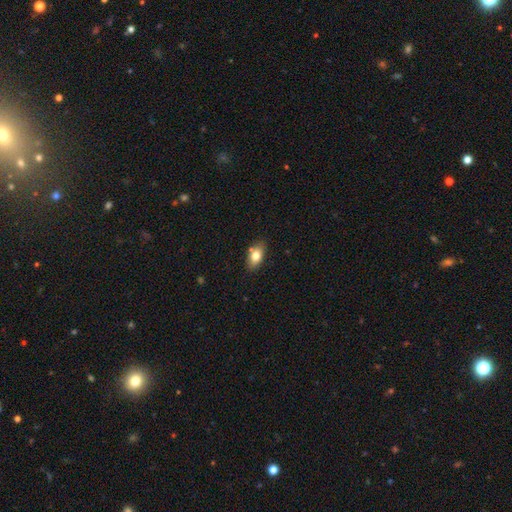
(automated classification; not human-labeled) A smooth galaxy with no disk features (78%) that is in between round and cigar-shaped (89%). Merging: none (78%).